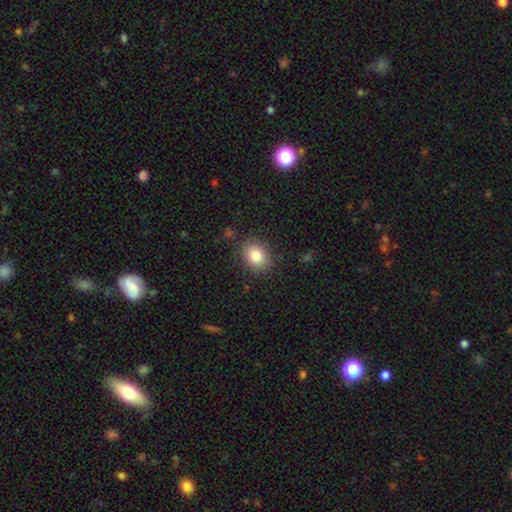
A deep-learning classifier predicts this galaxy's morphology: Smooth or featured? Predicted: smooth (p=0.82). How rounded? Predicted: round (p=0.51). Merging? Predicted: none (p=0.86).